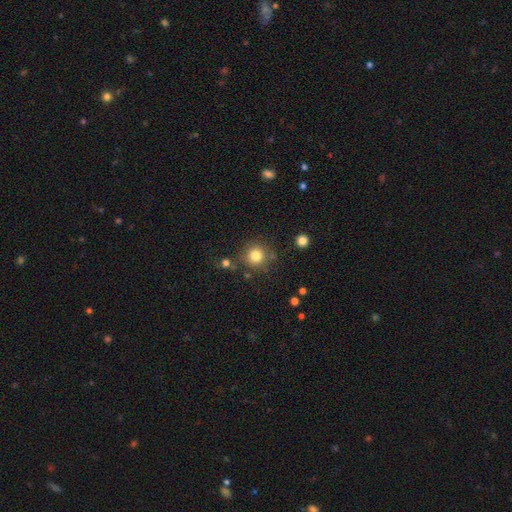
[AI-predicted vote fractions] Smooth or featured: smooth — 81% (star or artifact — 12%)
How rounded: round — 93% (in between — 6%)
Merging: none — 80% (minor disturbance — 10%)